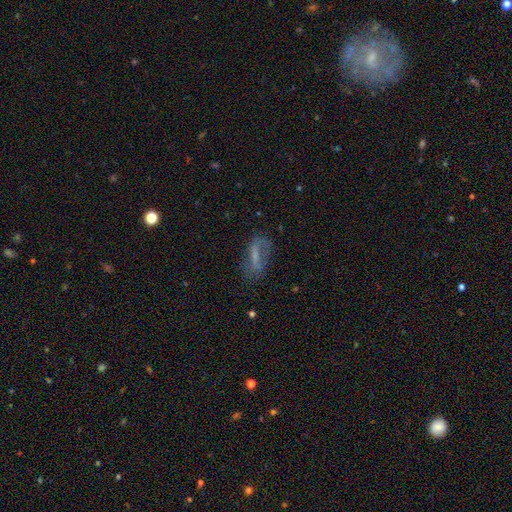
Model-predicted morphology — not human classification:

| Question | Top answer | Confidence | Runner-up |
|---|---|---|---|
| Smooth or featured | featured or disk | 45% | smooth (43%) |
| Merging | none | 53% | minor disturbance (24%) |